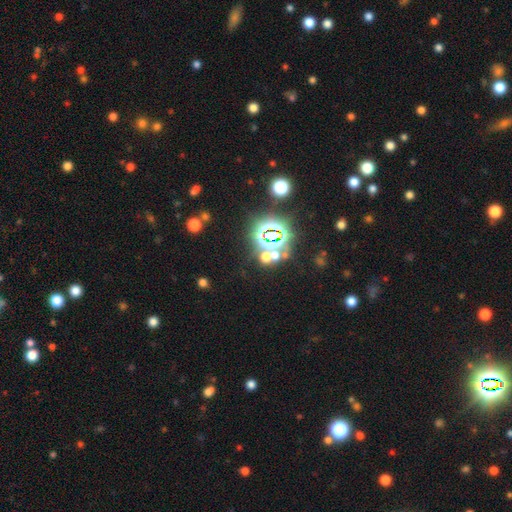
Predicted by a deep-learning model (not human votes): smooth_or_featured: star or artifact (p=0.80) [alt: smooth p=0.12]